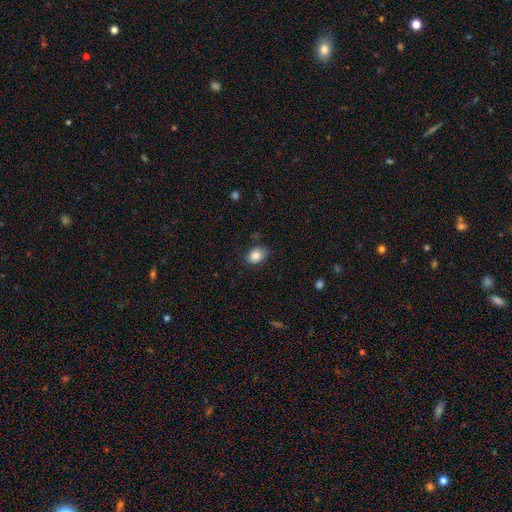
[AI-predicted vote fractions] Smooth or featured? Predicted: smooth (p=0.86). How rounded? Predicted: in between (p=0.60). Merging? Predicted: none (p=0.78).